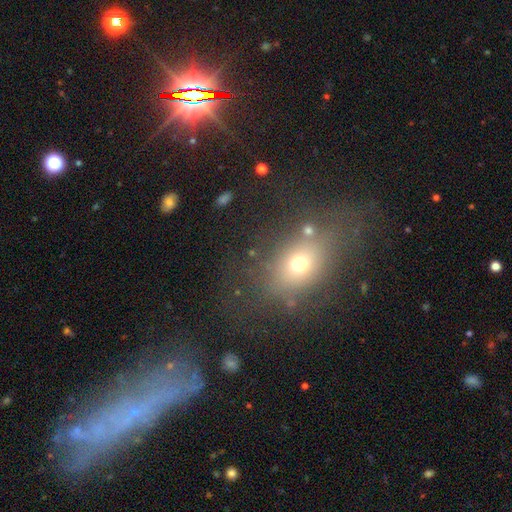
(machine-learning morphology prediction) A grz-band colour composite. It shows a smooth galaxy with no disk features (52%) that is in between round and cigar-shaped (66%). Merging: none (68%).